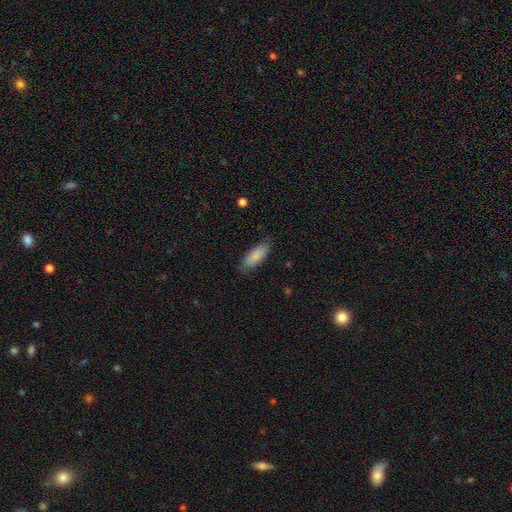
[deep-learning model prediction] A smooth galaxy with no disk features (86%) that is in between round and cigar-shaped (73%).

Vote fractions:
- Smooth or featured? smooth: 86% / featured or disk: 8% / star or artifact: 6%
- How rounded? in between: 73% / cigar-shaped: 26% / round: 2%
- Merging? none: 78% / minor disturbance: 17% / major disturbance: 3% / merger: 1%